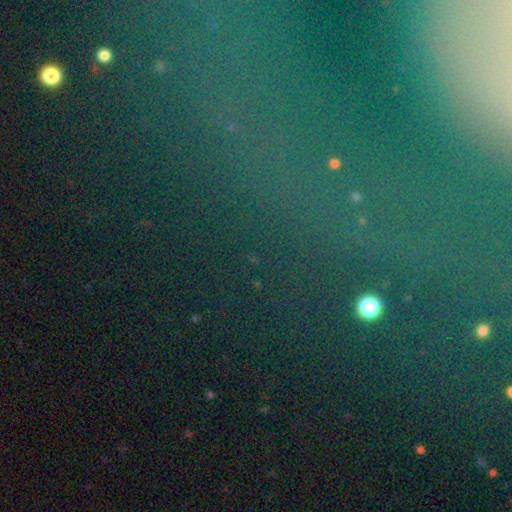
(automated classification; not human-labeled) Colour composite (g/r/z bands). It shows a star or artifact, not a galaxy (69%).